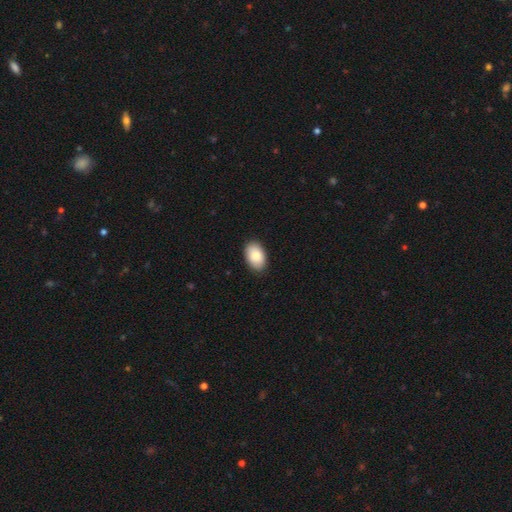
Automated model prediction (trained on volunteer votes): This is clearly a smooth galaxy (85%). How rounded: clearly in between (91%). Merging: clearly none (88%).